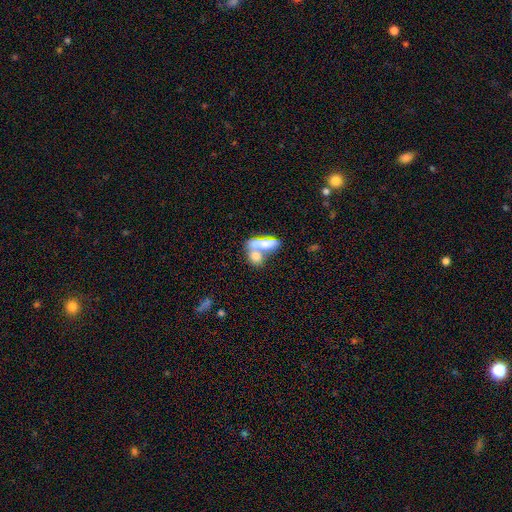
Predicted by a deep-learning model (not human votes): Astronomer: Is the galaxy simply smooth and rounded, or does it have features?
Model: smooth — 72%.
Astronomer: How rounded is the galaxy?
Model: in between — 70%.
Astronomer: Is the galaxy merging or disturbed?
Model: merger — 61%.